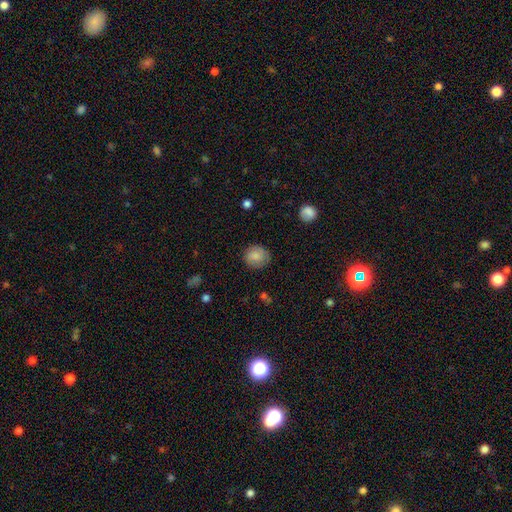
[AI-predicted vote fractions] The model was most divided on "how rounded": round: 81%, in between: 18%, cigar-shaped: 1%. More confident: smooth or featured — smooth (83%); merging — none (81%).